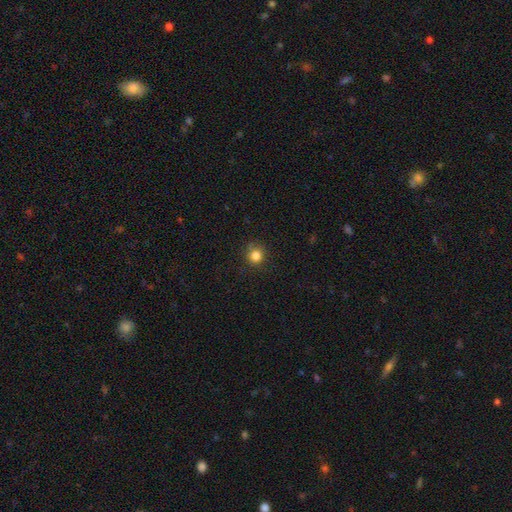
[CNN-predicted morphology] Smooth or featured: smooth — 83% (star or artifact — 13%)
How rounded: round — 91% (in between — 8%)
Merging: none — 82% (minor disturbance — 13%)